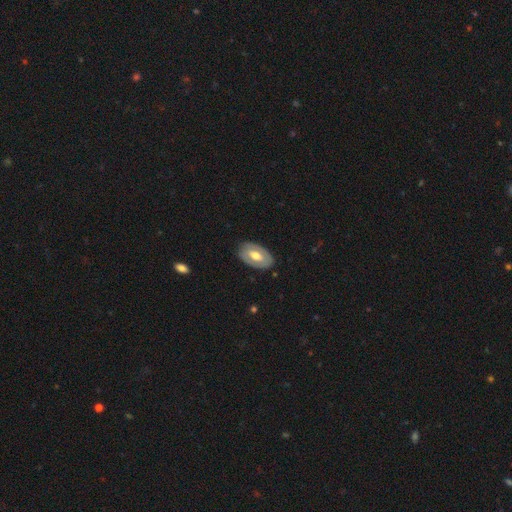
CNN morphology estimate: Smooth or featured: featured or disk — 55% (smooth — 40%)
Edge-on disk: no — 90% (yes — 10%)
Merging: none — 83% (minor disturbance — 12%)